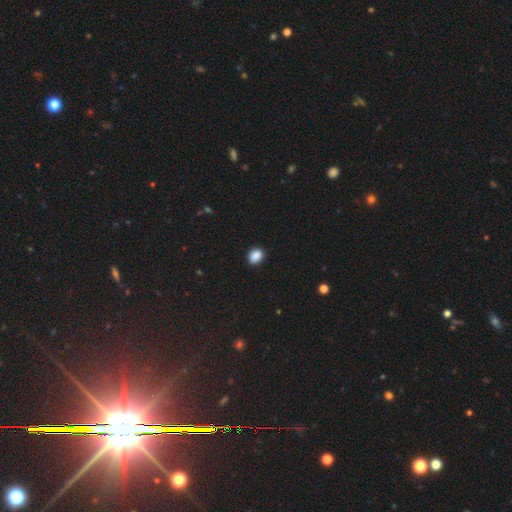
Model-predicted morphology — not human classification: smooth 89%, star or artifact 9%, featured or disk 3%. Down the decision tree: how rounded — in between (57%); merging — none (90%).